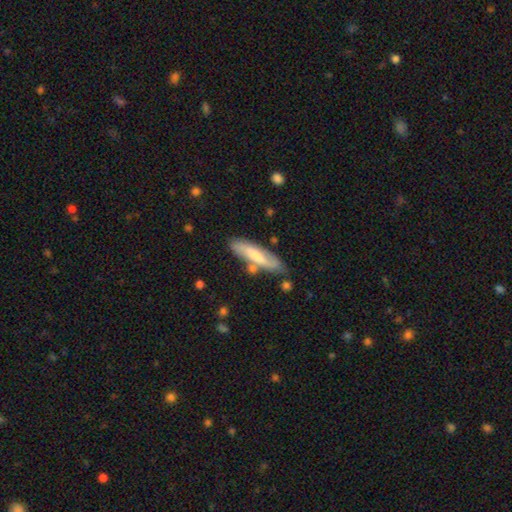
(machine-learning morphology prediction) smooth_or_featured: smooth (p=0.57) [alt: featured or disk p=0.37]
how_rounded: cigar-shaped (p=0.70) [alt: in between p=0.28]
merging: none (p=0.74) [alt: minor disturbance p=0.16]